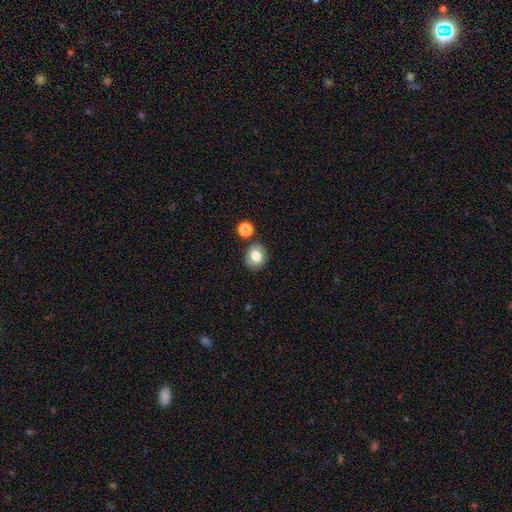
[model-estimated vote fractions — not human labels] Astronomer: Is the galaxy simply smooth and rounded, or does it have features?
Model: smooth — 73%.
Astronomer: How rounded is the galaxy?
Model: round — 66%.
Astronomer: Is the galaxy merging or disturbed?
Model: none — 79%.